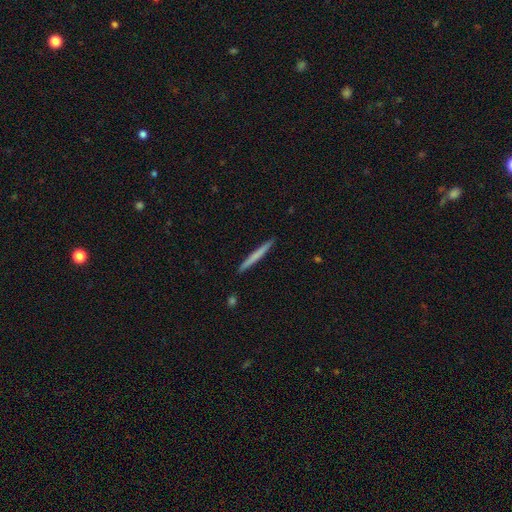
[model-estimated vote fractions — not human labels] This appears to be a smooth galaxy with no disk features (62%) that is cigar-shaped (97%). Merging: none (93%).